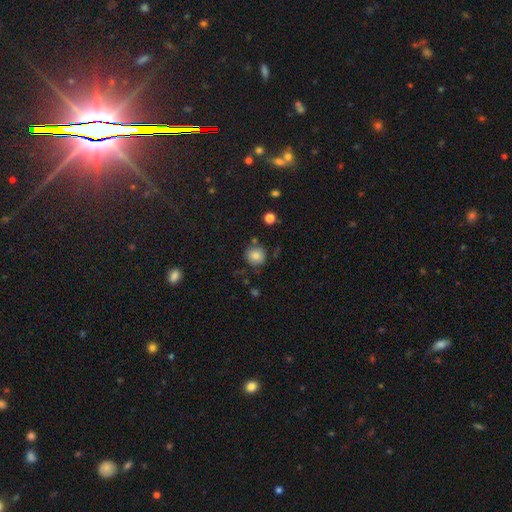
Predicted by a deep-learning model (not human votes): smooth-or-featured: smooth: 81% | star or artifact: 11% | featured or disk: 8%
  how-rounded: round: 89% | in between: 10% | cigar-shaped: 1%
  merging: none: 78% | minor disturbance: 13% | merger: 5% | major disturbance: 3%